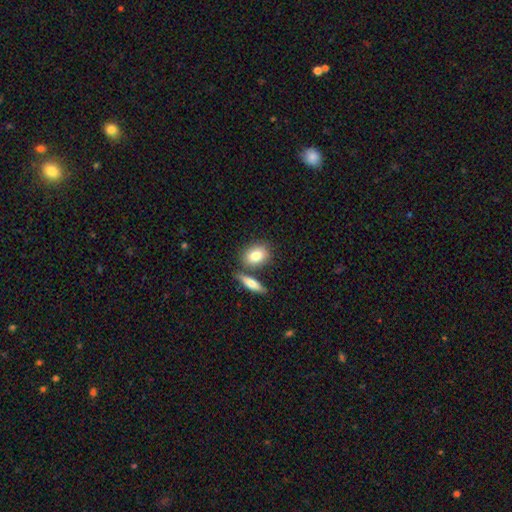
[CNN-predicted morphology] Smooth or featured? Predicted: smooth (p=0.81). How rounded? Predicted: in between (p=0.72). Merging? Predicted: none (p=0.61).